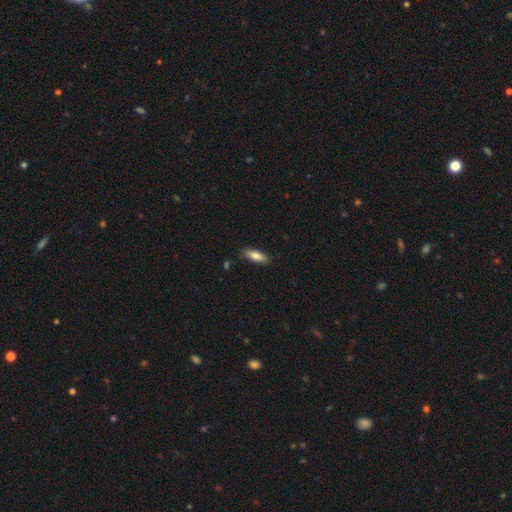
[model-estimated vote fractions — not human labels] Morphology: type=smooth (82%); roundness=in between (59%); merging=none (84%).